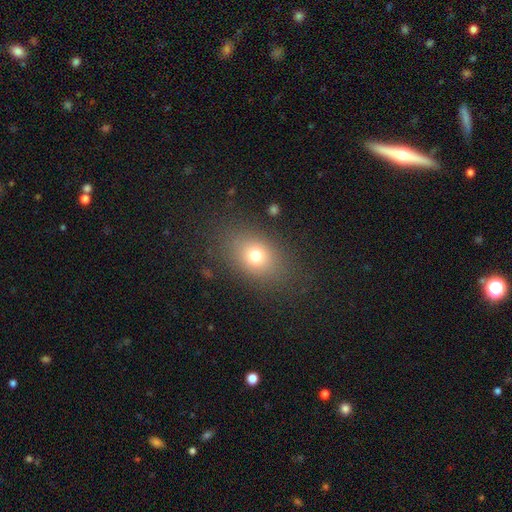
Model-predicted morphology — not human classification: type=smooth (73%); roundness=in between (65%); merging=none (80%).